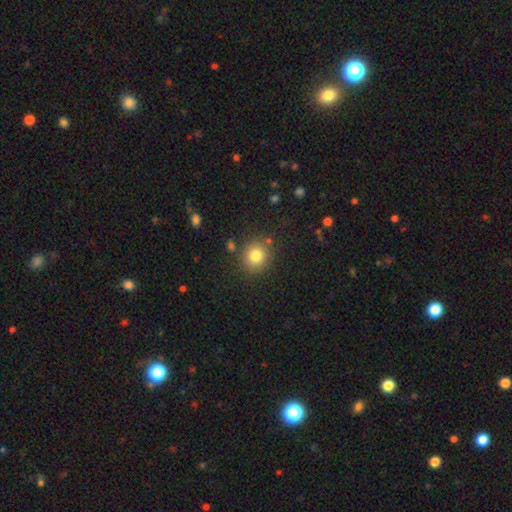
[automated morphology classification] Smooth or featured? smooth (80%)
How rounded? round (86%)
Merging? none (84%)